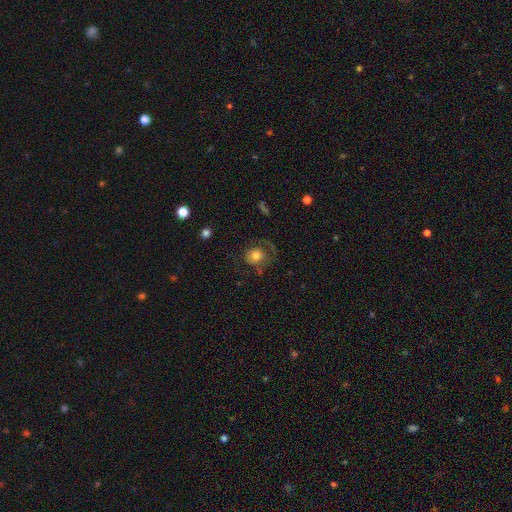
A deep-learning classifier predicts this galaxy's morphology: Overall: smooth (64%; featured or disk 27%). How rounded: round (81%). Merging: none (51%; major disturbance 28%).